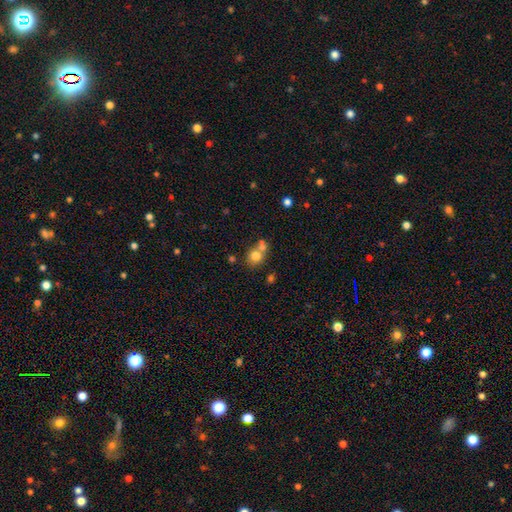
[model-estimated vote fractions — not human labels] smooth_or_featured: smooth (p=0.75) [alt: featured or disk p=0.13]
how_rounded: round (p=0.75) [alt: in between p=0.24]
merging: merger (p=0.46) [alt: none p=0.43]